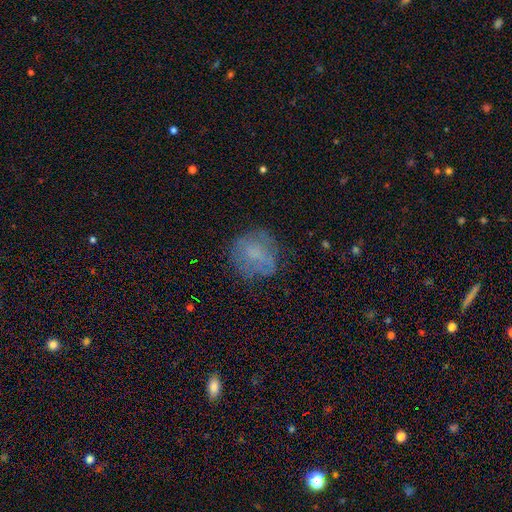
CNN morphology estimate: Smooth or featured?
  - smooth: 55% *
  - featured or disk: 32%
  - star or artifact: 13%
How rounded?
  - round: 79% *
  - in between: 20%
  - cigar-shaped: 1%
Merging?
  - none: 66% *
  - minor disturbance: 20%
  - major disturbance: 12%
  - merger: 2%